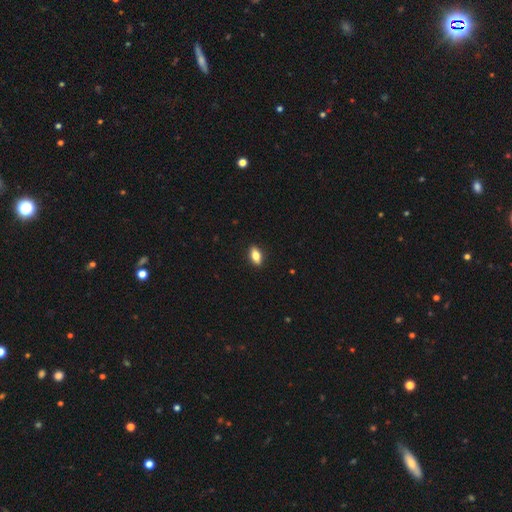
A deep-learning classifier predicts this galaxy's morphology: This is likely a smooth galaxy (72%). How rounded: clearly in between (83%). Merging: clearly none (89%).